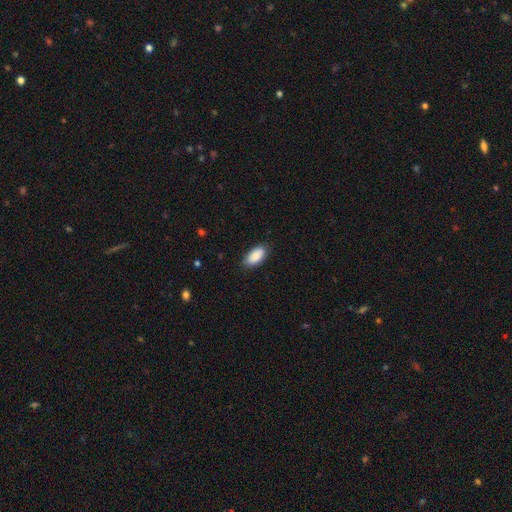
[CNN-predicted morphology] This appears to be a smooth galaxy with no disk features (89%) that is in between round and cigar-shaped (93%). Merging: none (83%).